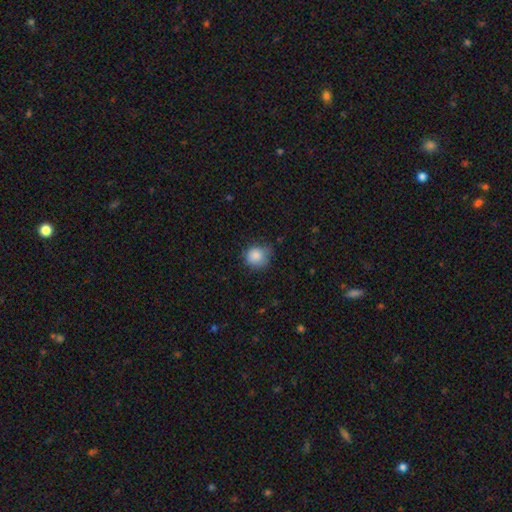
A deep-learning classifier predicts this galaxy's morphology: A smooth galaxy with no disk features (85%) that is round (79%). Merging: none (60%).